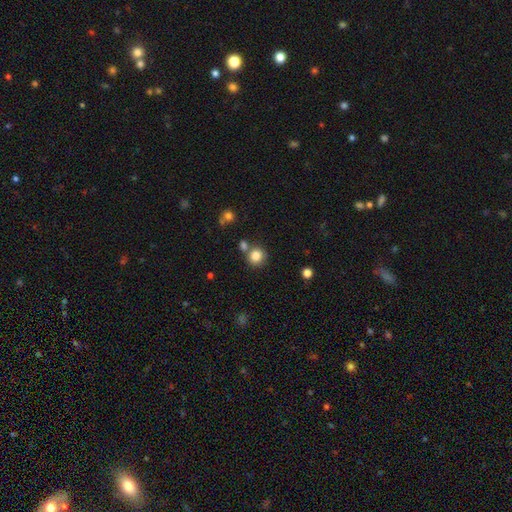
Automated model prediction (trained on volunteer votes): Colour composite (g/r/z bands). It shows a smooth galaxy with no disk features (83%) that is round (90%). Merging: none (72%).